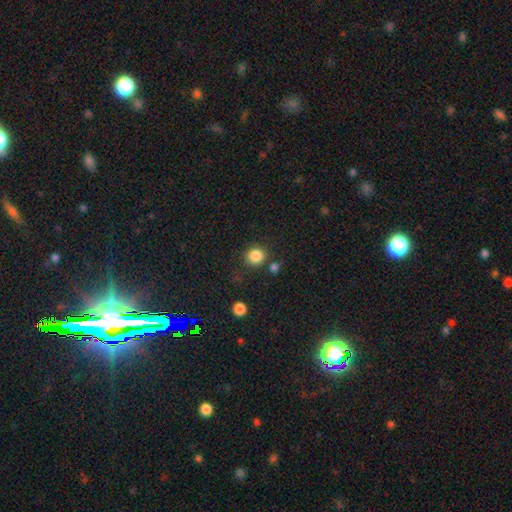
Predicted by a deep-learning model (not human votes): A smooth galaxy with no disk features (86%) that is round (90%). Merging: none (82%).